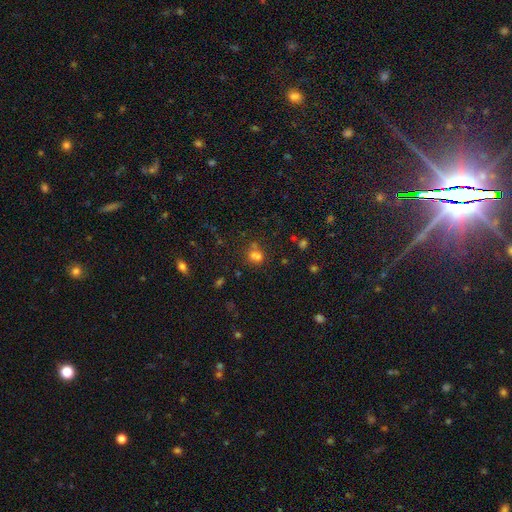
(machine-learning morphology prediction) Overall: smooth (65%). How rounded: round (54%; in between 44%). Merging: none (46%; merger 36%).